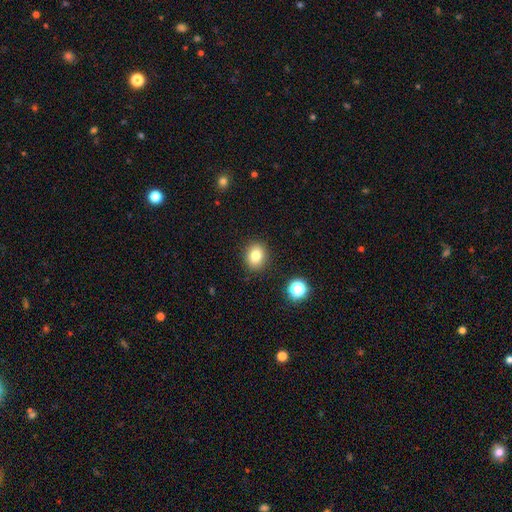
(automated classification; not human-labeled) Morphology: type=smooth (80%); roundness=round (63%); merging=none (88%).